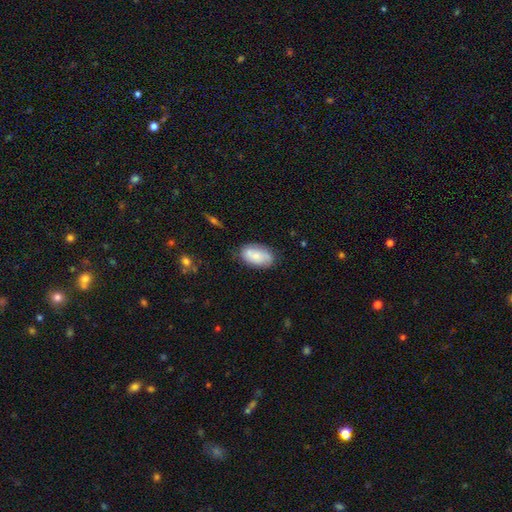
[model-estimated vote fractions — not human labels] smooth-or-featured: smooth: 61% | featured or disk: 31% | star or artifact: 7%
  how-rounded: in between: 92% | round: 6% | cigar-shaped: 2%
  merging: none: 69% | minor disturbance: 21% | merger: 5% | major disturbance: 5%